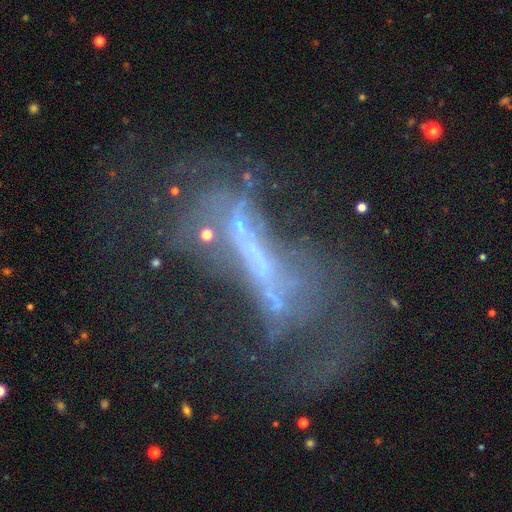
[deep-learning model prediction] smooth_or_featured: featured or disk (p=0.63) [alt: star or artifact p=0.20]
disk_edge_on: no (p=0.76) [alt: yes p=0.24]
merging: major disturbance (p=0.47) [alt: none p=0.25]